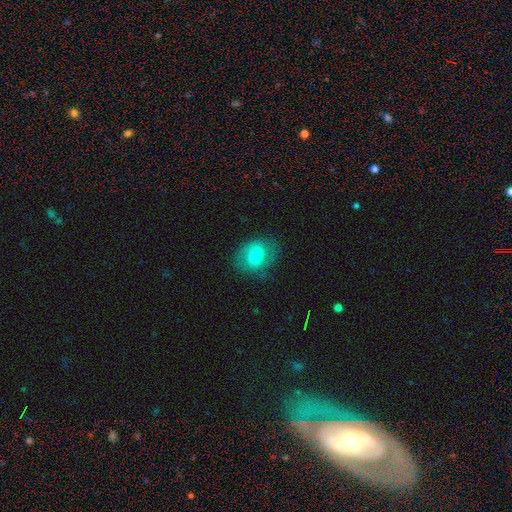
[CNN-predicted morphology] smooth_or_featured: smooth (p=0.56) [alt: featured or disk p=0.36]
how_rounded: in between (p=0.63) [alt: round p=0.36]
merging: none (p=0.74) [alt: minor disturbance p=0.18]